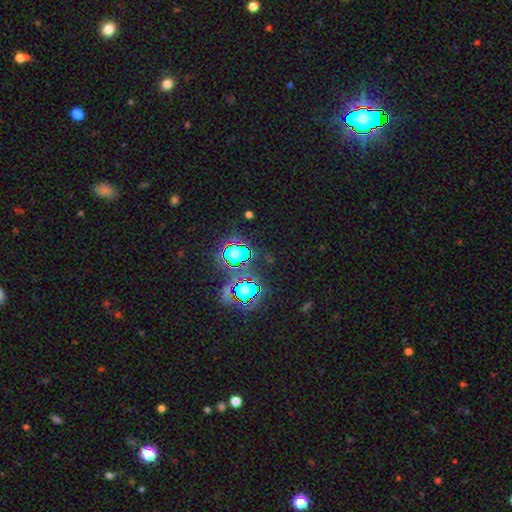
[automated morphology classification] Smooth or featured: star or artifact — 81% (smooth — 12%)